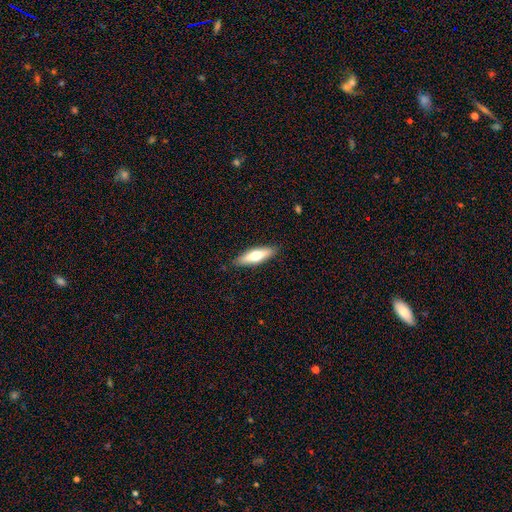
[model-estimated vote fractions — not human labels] smooth 54%, featured or disk 41%, star or artifact 6%. Down the decision tree: how rounded — cigar-shaped (60%); merging — none (88%).